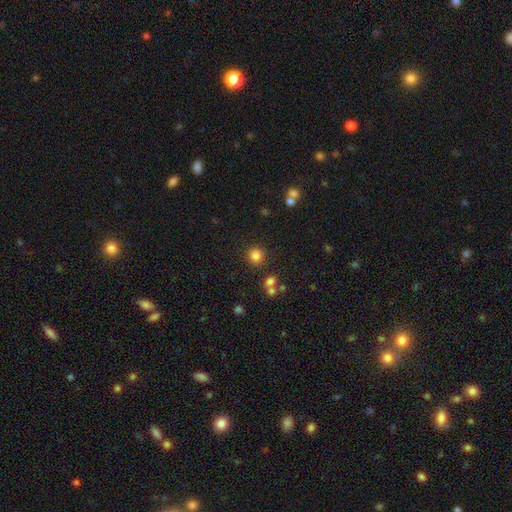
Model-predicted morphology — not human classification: Smooth or featured: smooth — 82% (star or artifact — 13%)
How rounded: round — 92% (in between — 7%)
Merging: none — 85% (minor disturbance — 7%)